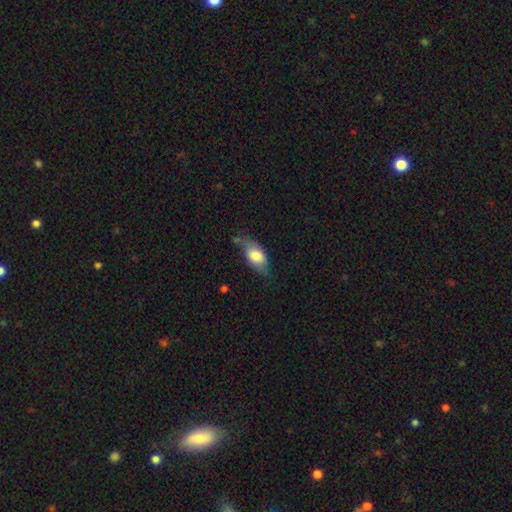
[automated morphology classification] smooth-or-featured: smooth: 74% | featured or disk: 19% | star or artifact: 7%
  how-rounded: in between: 88% | cigar-shaped: 7% | round: 5%
  merging: none: 45% | minor disturbance: 36% | major disturbance: 14% | merger: 5%